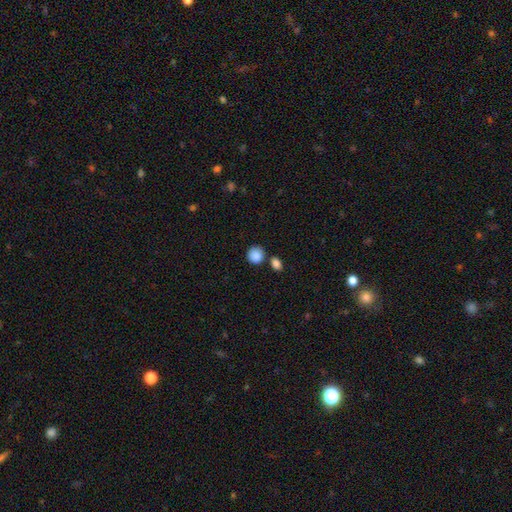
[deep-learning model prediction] A smooth galaxy with no disk features (88%) that is round (87%). Merging: none (71%).